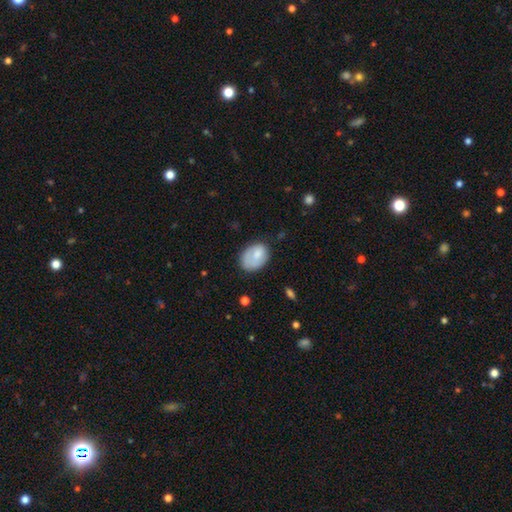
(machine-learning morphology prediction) The model was most divided on "merging": none: 59%, minor disturbance: 27%, major disturbance: 12%, merger: 2%. More confident: how rounded — in between (75%); smooth or featured — smooth (73%).